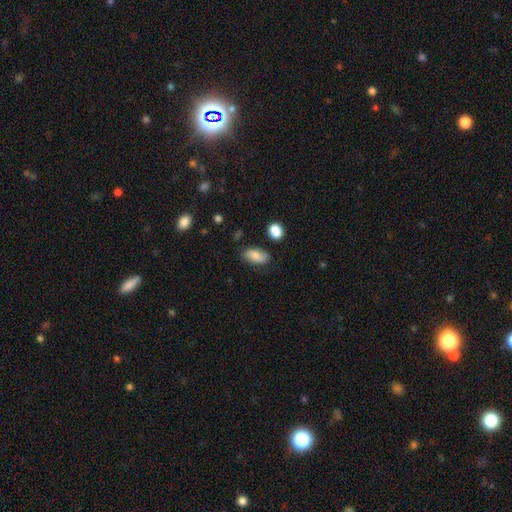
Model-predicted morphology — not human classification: smooth_or_featured: smooth (p=0.80) [alt: featured or disk p=0.12]
how_rounded: in between (p=0.92) [alt: round p=0.05]
merging: none (p=0.76) [alt: minor disturbance p=0.17]